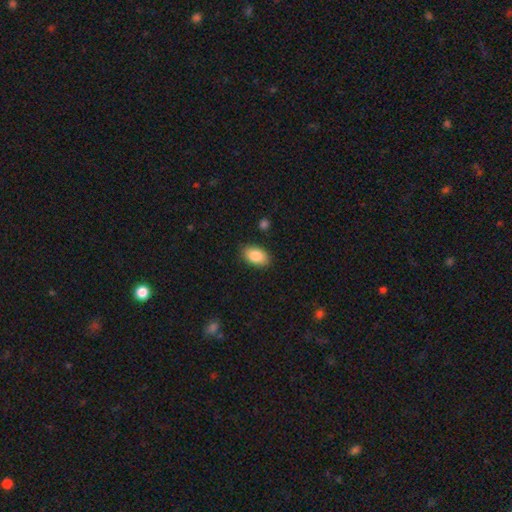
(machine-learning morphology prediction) A smooth galaxy with no disk features (86%) that is in between round and cigar-shaped (92%). Merging: none (87%).